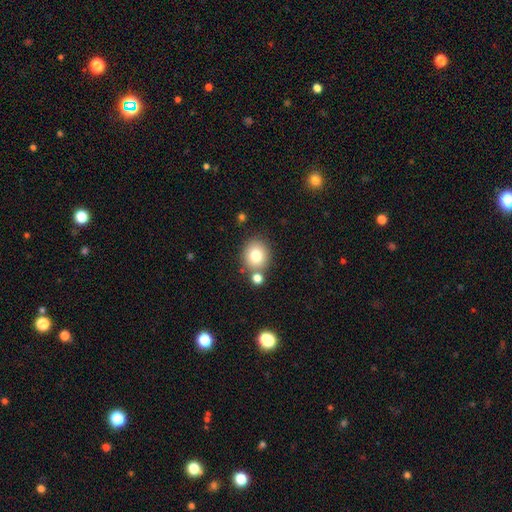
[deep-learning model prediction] This is likely a smooth galaxy (79%). How rounded: likely round (75%). Merging: likely none (72%).